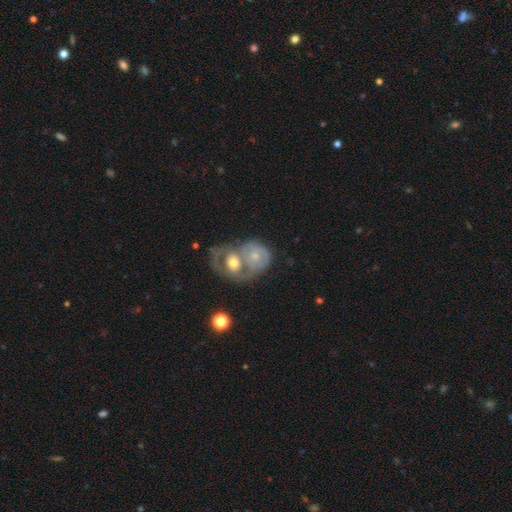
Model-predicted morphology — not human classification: Smooth or featured? featured or disk (62%)
Edge-on disk? no (97%)
Bar? no (76%)
Spiral arms? yes (67%)
Bulge size? moderate (58%)
Merging? merger (67%)